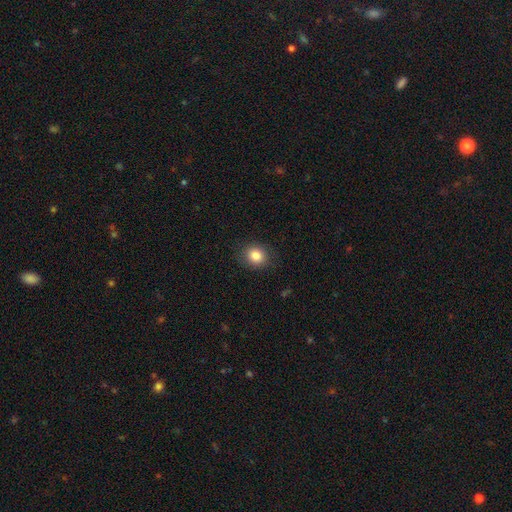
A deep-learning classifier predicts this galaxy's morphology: A smooth galaxy with no disk features (84%) that is round (76%).

Vote fractions:
- Smooth or featured? smooth: 84% / star or artifact: 10% / featured or disk: 6%
- How rounded? round: 76% / in between: 23% / cigar-shaped: 1%
- Merging? none: 88% / minor disturbance: 9% / major disturbance: 3% / merger: 1%